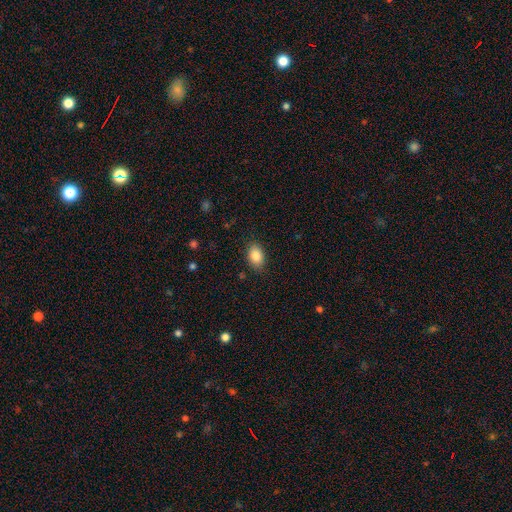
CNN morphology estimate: Smooth or featured: smooth — 86% (star or artifact — 8%)
How rounded: in between — 84% (round — 15%)
Merging: none — 87% (minor disturbance — 10%)